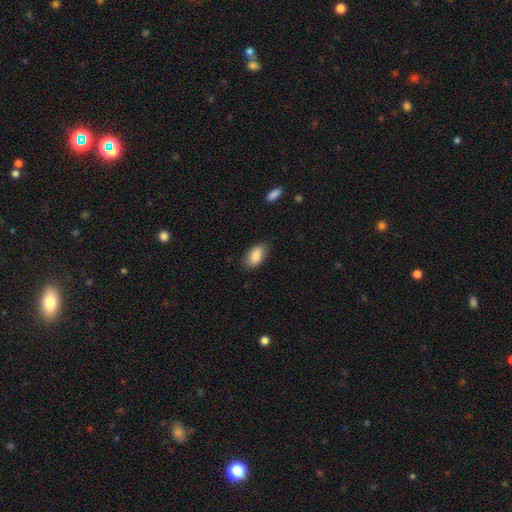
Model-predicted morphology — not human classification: This appears to be a smooth galaxy with no disk features (87%) that is in between round and cigar-shaped (93%). Merging: none (80%).